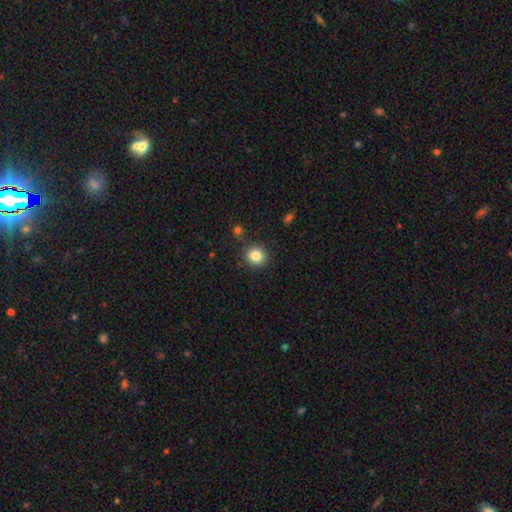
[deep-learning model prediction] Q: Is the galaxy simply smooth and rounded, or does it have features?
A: smooth — 84%.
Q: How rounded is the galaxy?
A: round — 88%.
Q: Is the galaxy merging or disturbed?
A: none — 87%.